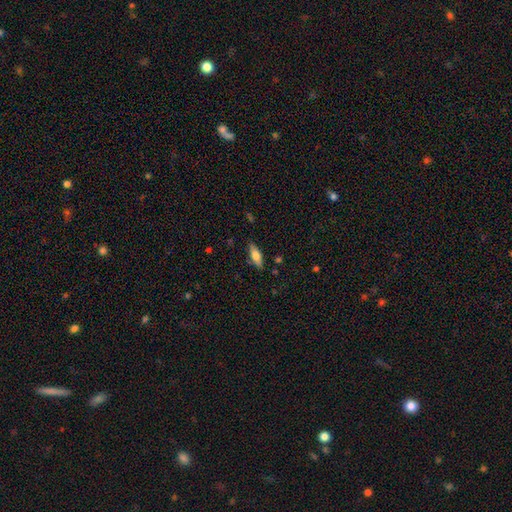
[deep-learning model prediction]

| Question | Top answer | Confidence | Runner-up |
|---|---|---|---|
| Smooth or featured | smooth | 65% | featured or disk (29%) |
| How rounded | in between | 63% | cigar-shaped (35%) |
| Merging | none | 83% | minor disturbance (13%) |